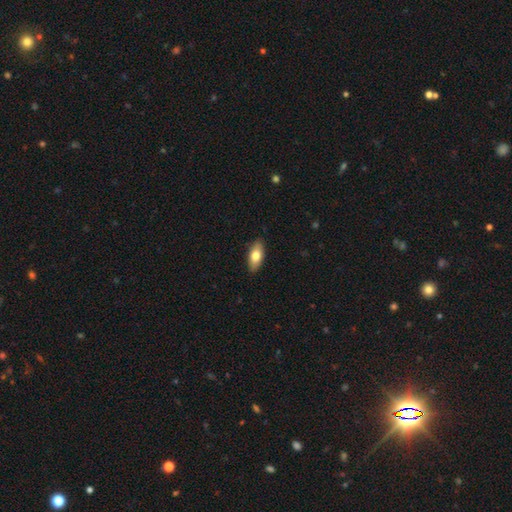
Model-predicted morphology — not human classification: A smooth galaxy with no disk features (74%) that is in between round and cigar-shaped (86%).

Vote fractions:
- Smooth or featured? smooth: 74% / featured or disk: 20% / star or artifact: 6%
- How rounded? in between: 86% / cigar-shaped: 11% / round: 3%
- Merging? none: 88% / minor disturbance: 9% / major disturbance: 2% / merger: 1%